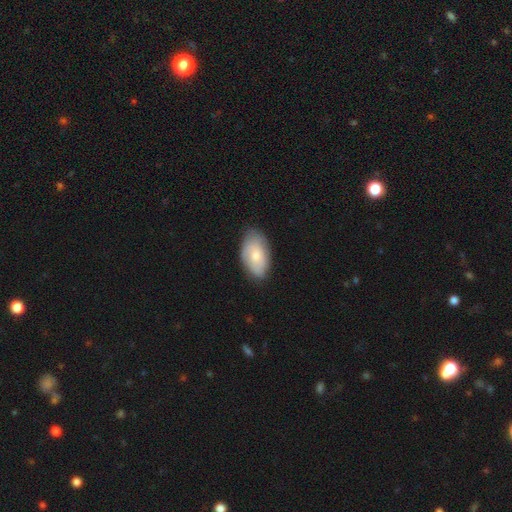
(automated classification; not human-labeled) smooth_or_featured: smooth (p=0.70) [alt: featured or disk p=0.24]
how_rounded: in between (p=0.94) [alt: round p=0.04]
merging: none (p=0.75) [alt: minor disturbance p=0.20]